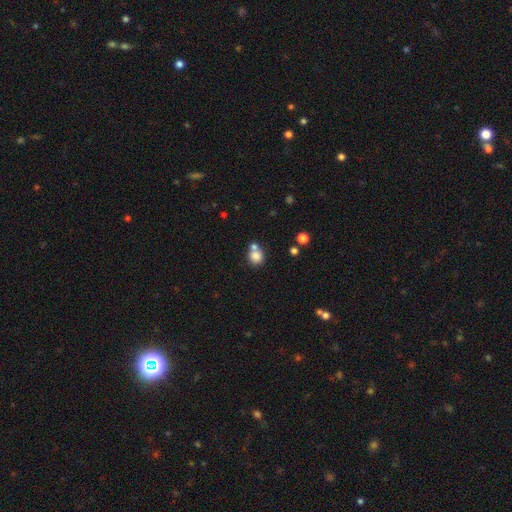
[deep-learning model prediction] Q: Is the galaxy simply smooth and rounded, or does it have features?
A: smooth — 82%.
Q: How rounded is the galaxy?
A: round — 80%.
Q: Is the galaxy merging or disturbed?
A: none — 52%.